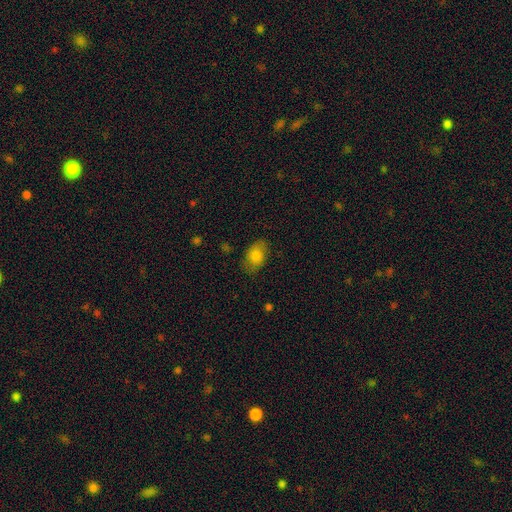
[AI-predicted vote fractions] smooth 80%, featured or disk 12%, star or artifact 8%. Down the decision tree: how rounded — in between (87%); merging — none (77%).